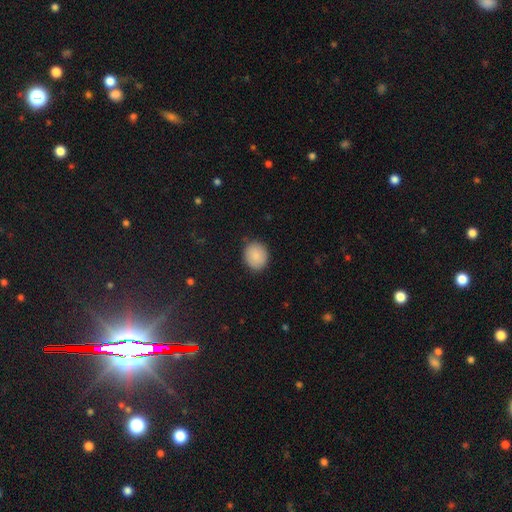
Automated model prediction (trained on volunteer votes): Smooth or featured? smooth (87%)
How rounded? round (67%)
Merging? none (86%)